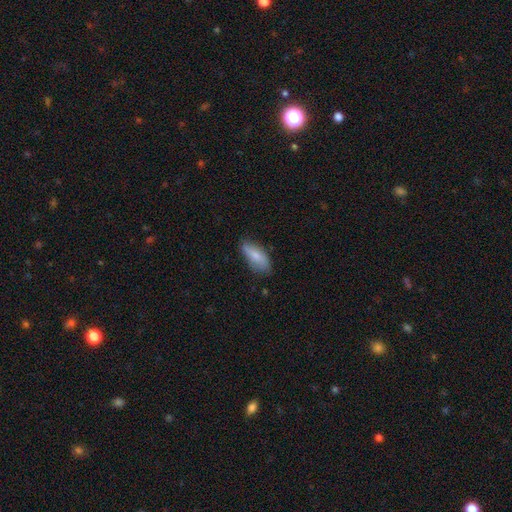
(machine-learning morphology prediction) A smooth galaxy with no disk features (75%) that is in between round and cigar-shaped (80%). Merging: none (68%).